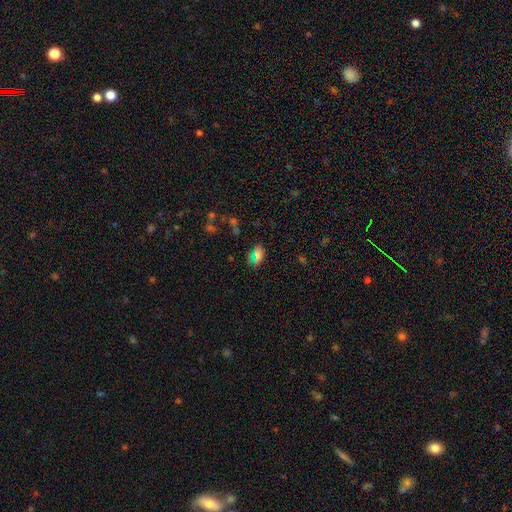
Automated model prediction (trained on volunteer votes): Morphology: type=smooth (60%); roundness=in between (82%); merging=none (63%).